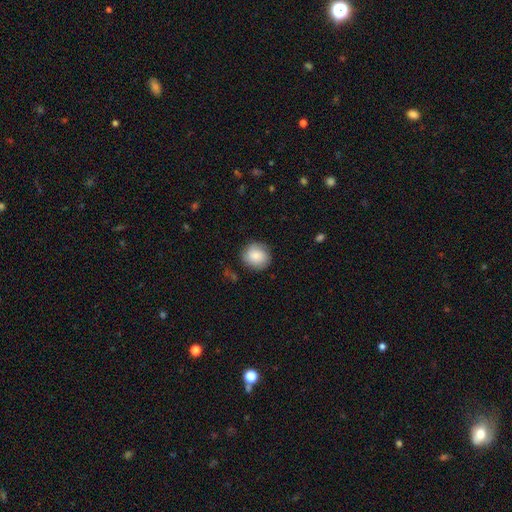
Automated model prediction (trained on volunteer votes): The model was most divided on "smooth or featured": smooth: 80%, featured or disk: 13%, star or artifact: 7%. More confident: how rounded — round (87%); merging — none (83%).